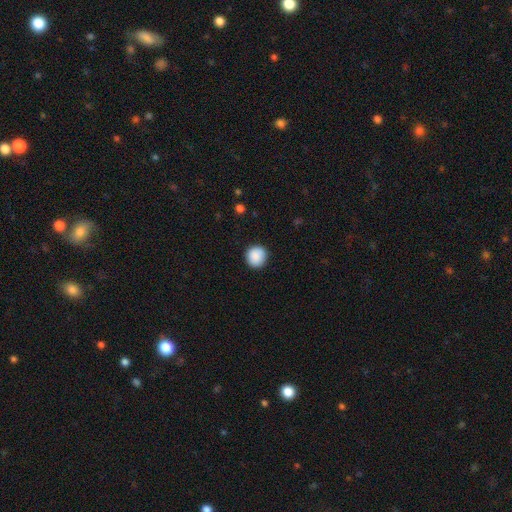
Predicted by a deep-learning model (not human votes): smooth-or-featured: smooth: 88% | star or artifact: 8% | featured or disk: 4%
  how-rounded: round: 92% | in between: 7% | cigar-shaped: 1%
  merging: none: 89% | minor disturbance: 8% | major disturbance: 2% | merger: 1%